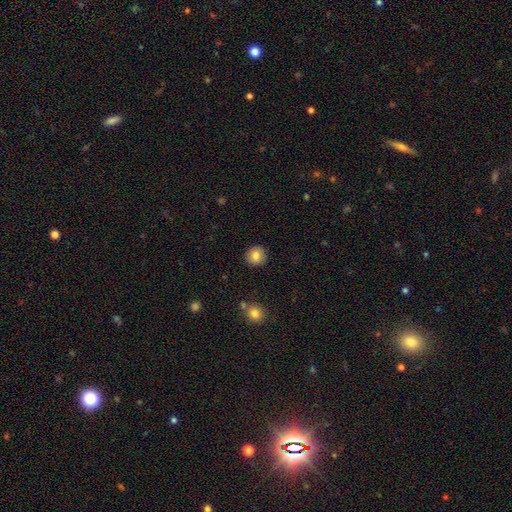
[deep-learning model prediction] Q: Smooth or featured?
A: smooth (82%); runner-up: featured or disk (9%)
Q: How rounded?
A: round (94%); runner-up: in between (5%)
Q: Merging?
A: none (91%); runner-up: minor disturbance (6%)